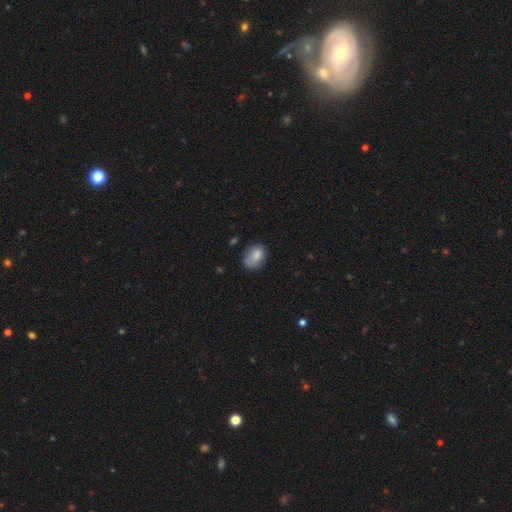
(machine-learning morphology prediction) A smooth galaxy with no disk features (77%) that is in between round and cigar-shaped (77%).

Vote fractions:
- Smooth or featured? smooth: 77% / featured or disk: 15% / star or artifact: 8%
- How rounded? in between: 77% / round: 22% / cigar-shaped: 1%
- Merging? none: 53% / minor disturbance: 30% / major disturbance: 12% / merger: 5%